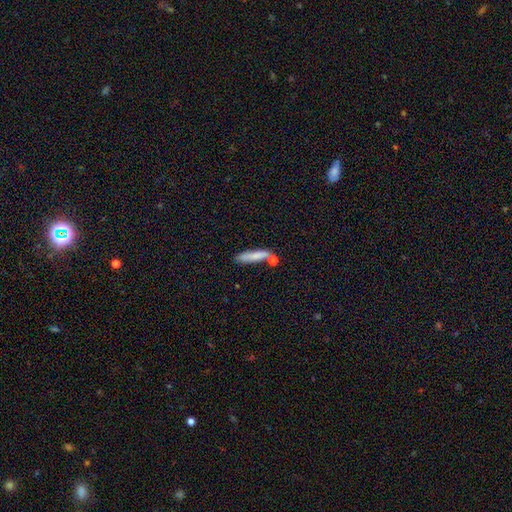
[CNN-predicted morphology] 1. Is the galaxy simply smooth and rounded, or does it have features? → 78% smooth, 14% featured or disk, 7% star or artifact.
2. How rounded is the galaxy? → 82% cigar-shaped, 15% in between, 3% round.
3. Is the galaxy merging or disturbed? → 67% none, 15% minor disturbance, 14% merger, 4% major disturbance.